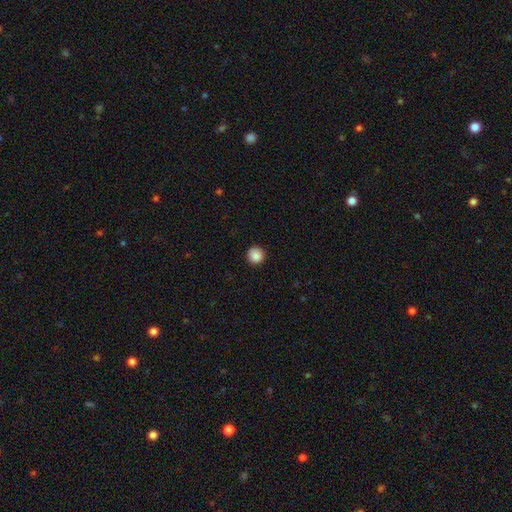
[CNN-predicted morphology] Smooth or featured? Predicted: smooth (p=0.88). How rounded? Predicted: round (p=0.95). Merging? Predicted: none (p=0.91).